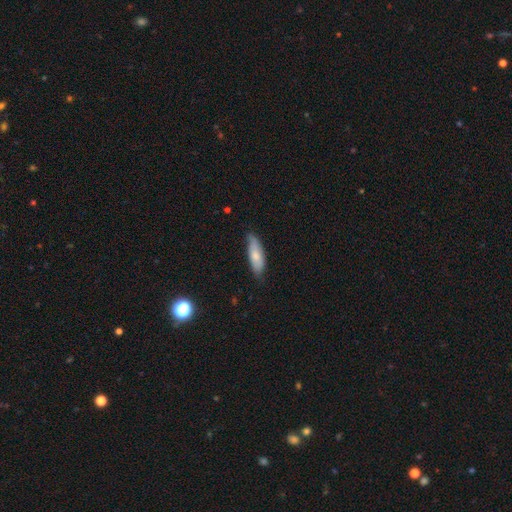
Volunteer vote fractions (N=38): Q: Smooth or featured?
A: smooth (74%); runner-up: featured or disk (24%)
Q: How rounded?
A: cigar-shaped (54%); runner-up: in between (46%)
Q: Merging?
A: none (65%); runner-up: minor disturbance (32%)